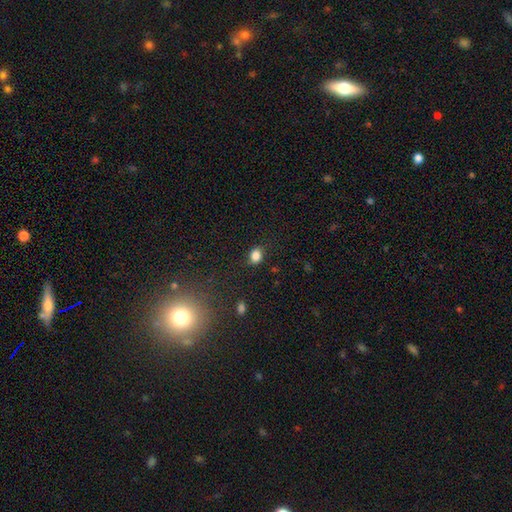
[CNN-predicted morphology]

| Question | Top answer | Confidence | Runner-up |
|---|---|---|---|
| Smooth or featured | smooth | 84% | star or artifact (11%) |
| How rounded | in between | 56% | round (42%) |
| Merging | none | 80% | minor disturbance (14%) |